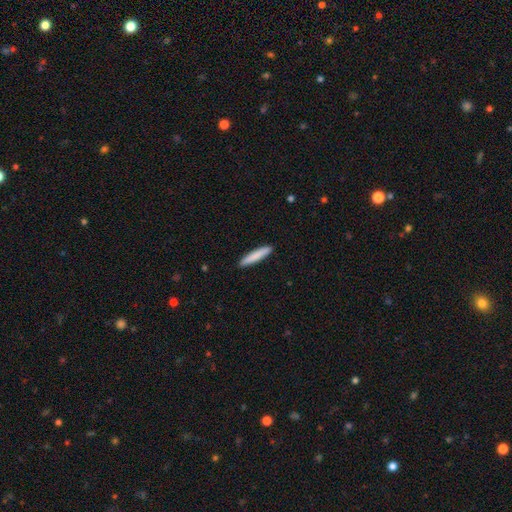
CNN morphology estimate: Overall: smooth (84%). How rounded: cigar-shaped (92%). Merging: none (91%).